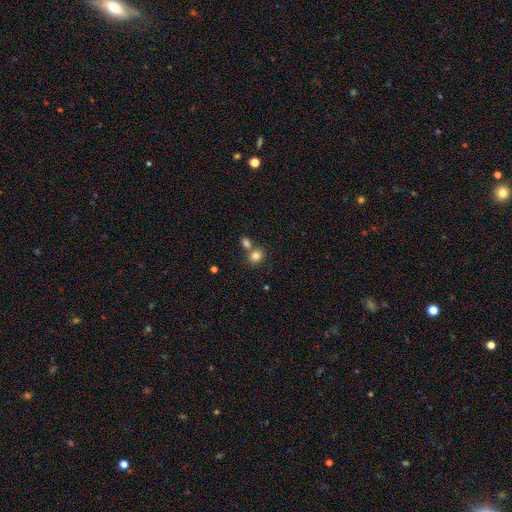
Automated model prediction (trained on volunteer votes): Smooth or featured? Predicted: smooth (p=0.81). How rounded? Predicted: round (p=0.72). Merging? Predicted: none (p=0.54).